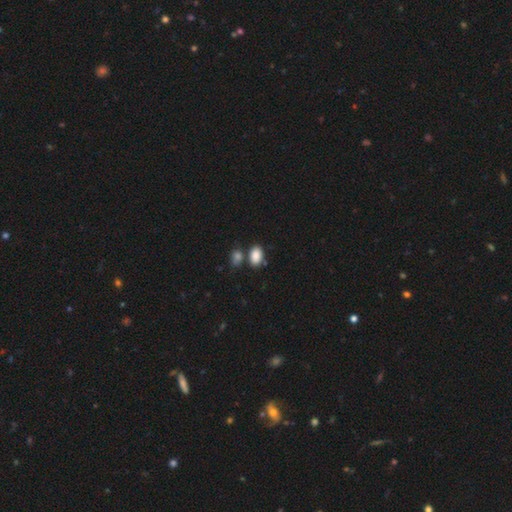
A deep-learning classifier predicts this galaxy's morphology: Q: Smooth or featured?
A: smooth (87%); runner-up: star or artifact (8%)
Q: How rounded?
A: in between (87%); runner-up: round (12%)
Q: Merging?
A: none (63%); runner-up: merger (20%)